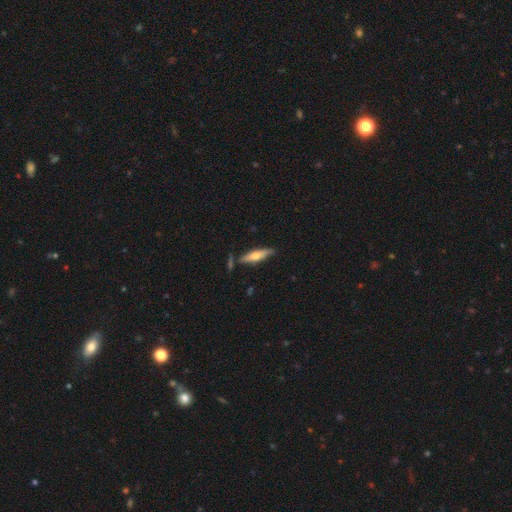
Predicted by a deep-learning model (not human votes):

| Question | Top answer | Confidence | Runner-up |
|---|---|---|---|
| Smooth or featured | smooth | 48% | featured or disk (47%) |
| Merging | none | 78% | minor disturbance (14%) |